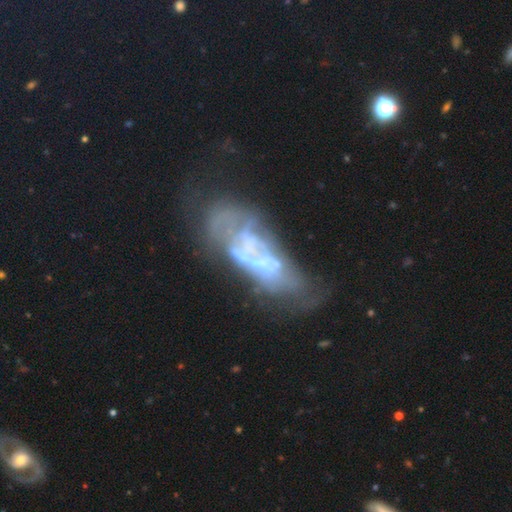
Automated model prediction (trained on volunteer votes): smooth_or_featured: featured or disk (p=0.66) [alt: smooth p=0.21]
disk_edge_on: no (p=0.89) [alt: yes p=0.11]
bar: no (p=0.81) [alt: weak p=0.13]
has_spiral_arms: no (p=0.77) [alt: yes p=0.23]
bulge_size: none (p=0.57) [alt: small p=0.23]
merging: none (p=0.32) [alt: major disturbance p=0.30]